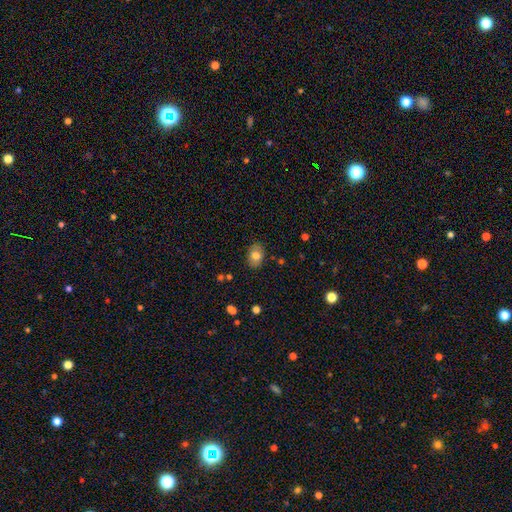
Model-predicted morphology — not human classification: Smooth or featured? smooth (77%)
How rounded? in between (77%)
Merging? none (85%)